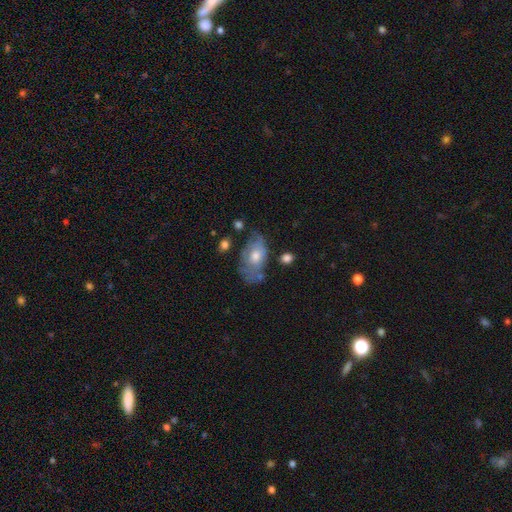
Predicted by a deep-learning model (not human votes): Smooth or featured: smooth — 49% (featured or disk — 43%)
Merging: none — 45% (minor disturbance — 31%)